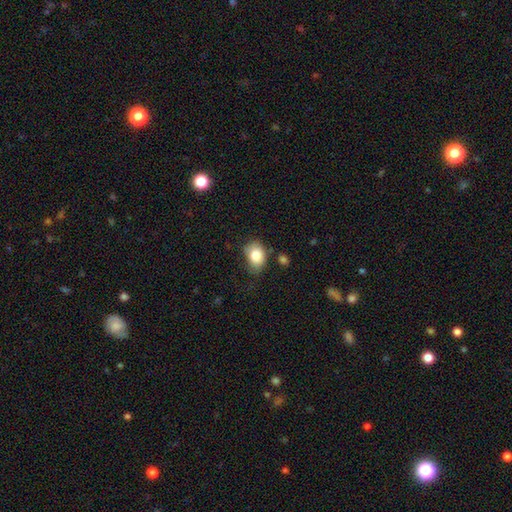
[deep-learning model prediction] Smooth or featured? smooth (83%)
How rounded? in between (69%)
Merging? none (57%)